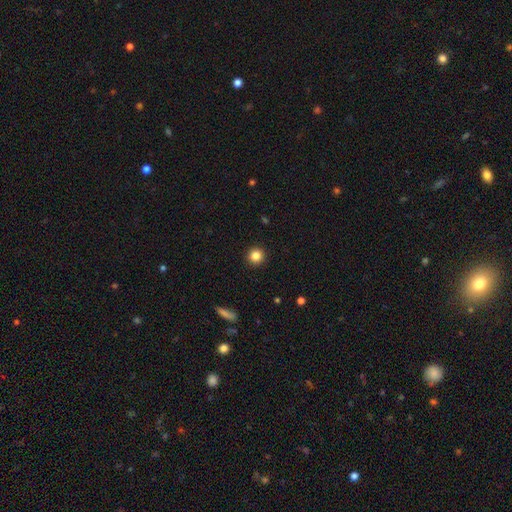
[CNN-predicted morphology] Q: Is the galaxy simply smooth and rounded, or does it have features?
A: smooth — 84%.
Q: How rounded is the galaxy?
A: round — 94%.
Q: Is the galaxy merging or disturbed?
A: none — 93%.